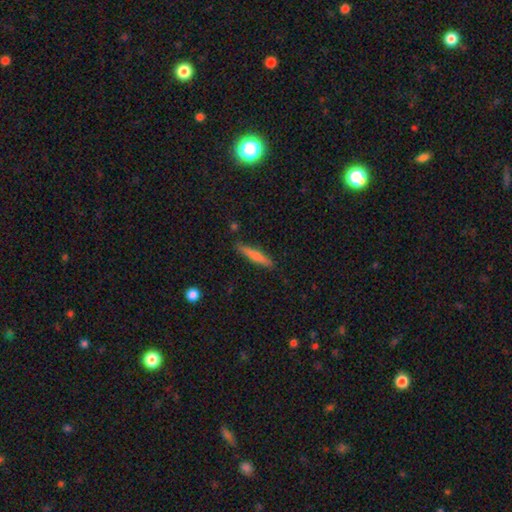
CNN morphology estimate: type=smooth (69%); roundness=cigar-shaped (90%); merging=none (85%).